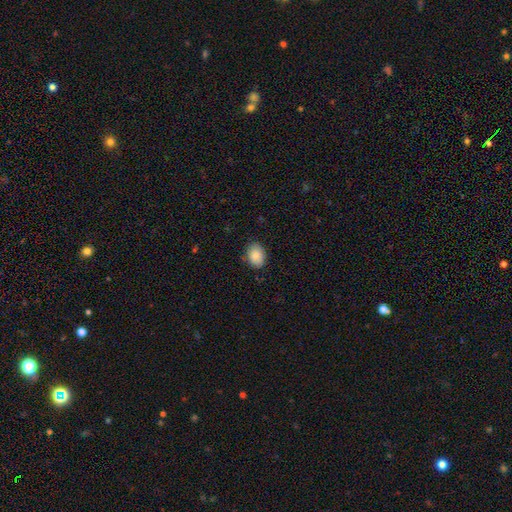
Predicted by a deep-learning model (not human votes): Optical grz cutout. It shows a smooth galaxy with no disk features (86%) that is in between round and cigar-shaped (72%). Merging: none (85%).